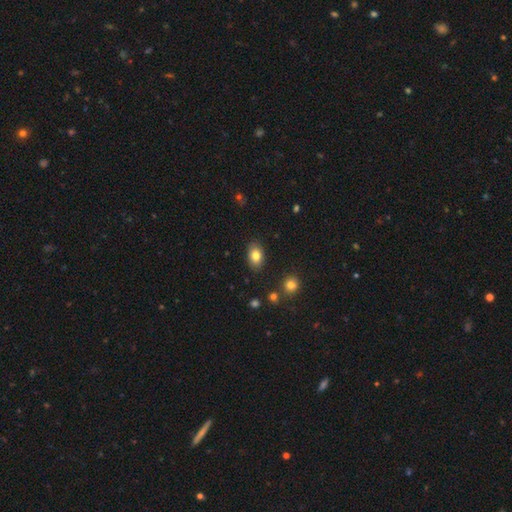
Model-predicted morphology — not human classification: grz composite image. It shows a smooth galaxy with no disk features (81%) that is in between round and cigar-shaped (85%). Merging: none (87%).